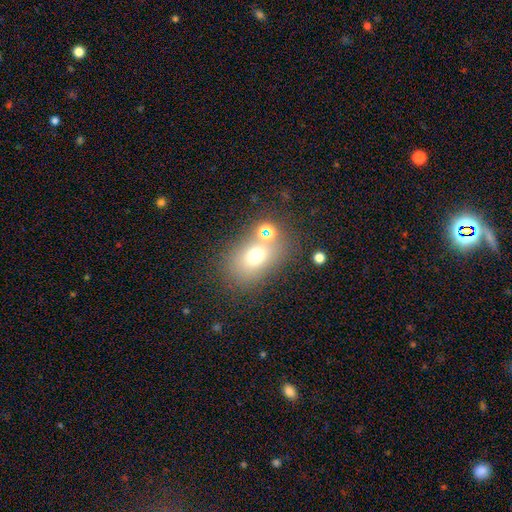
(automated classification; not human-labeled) The model was most divided on "how rounded": in between: 65%, round: 33%, cigar-shaped: 2%. More confident: smooth or featured — smooth (67%); merging — none (64%).